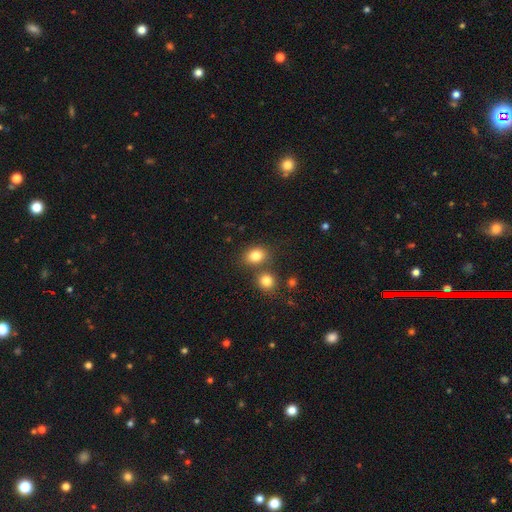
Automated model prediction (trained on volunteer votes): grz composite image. It shows a smooth galaxy with no disk features (82%) that is in between round and cigar-shaped (53%). Merging: none (66%).